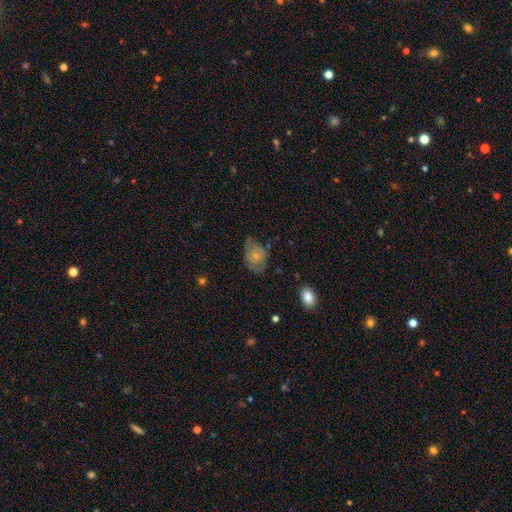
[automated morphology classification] smooth_or_featured: smooth (p=0.52) [alt: featured or disk p=0.40]
how_rounded: in between (p=0.67) [alt: round p=0.32]
merging: none (p=0.44) [alt: minor disturbance p=0.35]